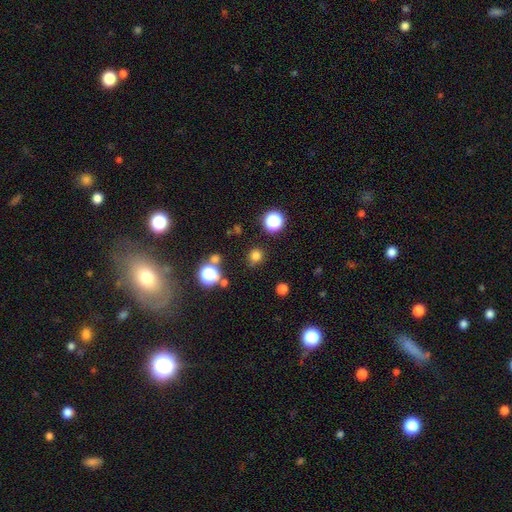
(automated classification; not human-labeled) Overall: smooth (75%). How rounded: round (88%). Merging: none (81%).